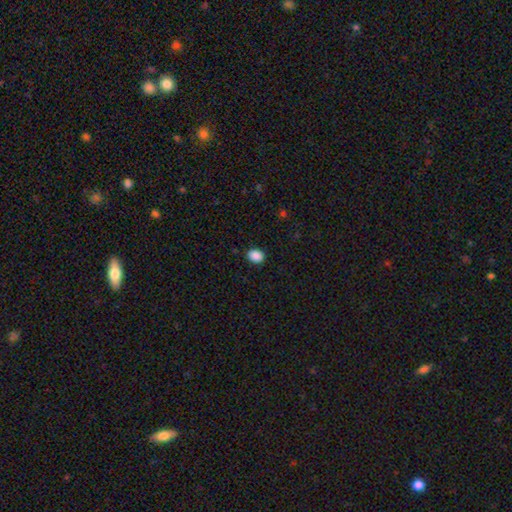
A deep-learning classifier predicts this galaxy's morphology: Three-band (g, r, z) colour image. It shows a smooth galaxy with no disk features (89%) that is in between round and cigar-shaped (61%). Merging: none (89%).